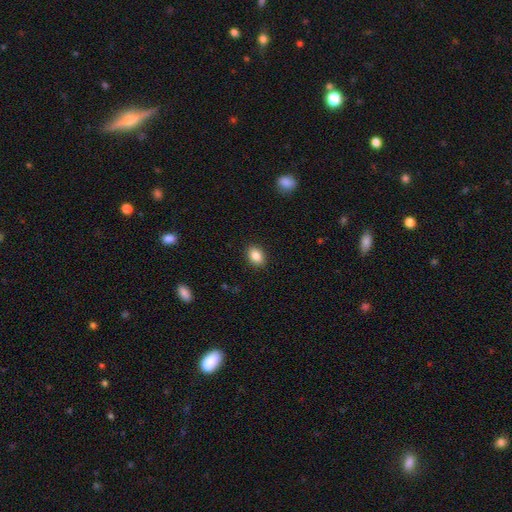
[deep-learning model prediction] A smooth galaxy with no disk features (86%) that is in between round and cigar-shaped (73%).

Vote fractions:
- Smooth or featured? smooth: 86% / star or artifact: 8% / featured or disk: 5%
- How rounded? in between: 73% / round: 26% / cigar-shaped: 1%
- Merging? none: 90% / minor disturbance: 8% / major disturbance: 2% / merger: 1%